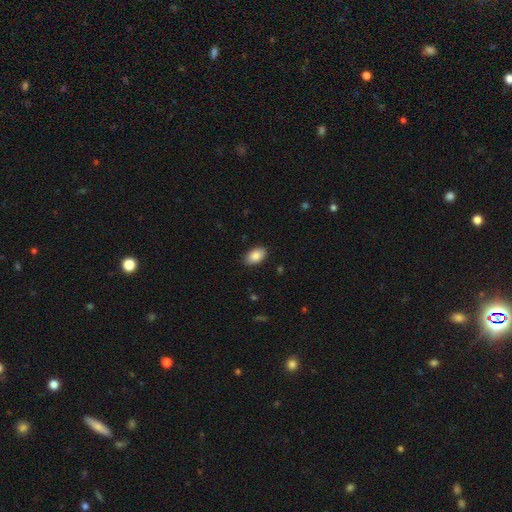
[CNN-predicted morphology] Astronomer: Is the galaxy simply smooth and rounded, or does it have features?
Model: smooth — 88%.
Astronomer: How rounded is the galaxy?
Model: in between — 93%.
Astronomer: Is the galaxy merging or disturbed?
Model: none — 88%.